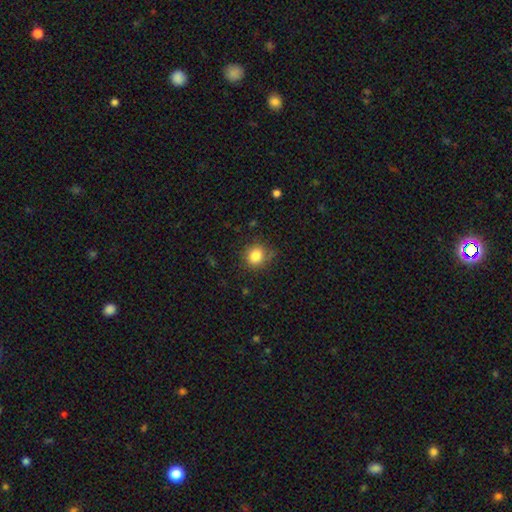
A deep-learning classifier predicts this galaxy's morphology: Smooth or featured: smooth — 84% (star or artifact — 11%)
How rounded: round — 80% (in between — 19%)
Merging: none — 79% (minor disturbance — 15%)